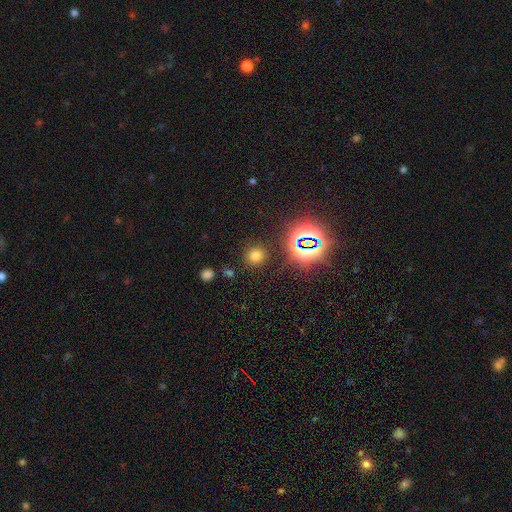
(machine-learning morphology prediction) smooth 68%, star or artifact 25%, featured or disk 7%. Down the decision tree: how rounded — round (90%); merging — none (87%).